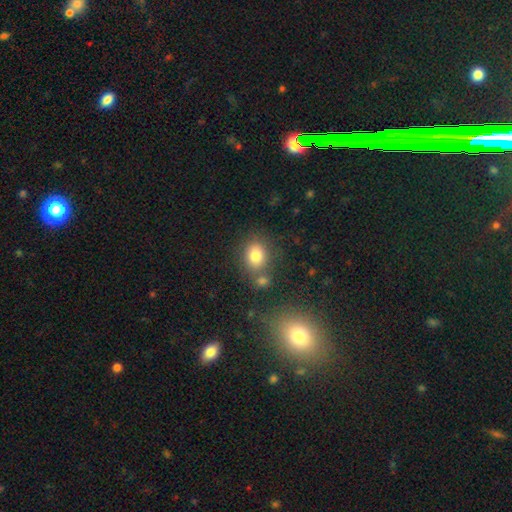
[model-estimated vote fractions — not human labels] Overall: smooth (81%). How rounded: round (56%; in between 42%). Merging: none (63%).